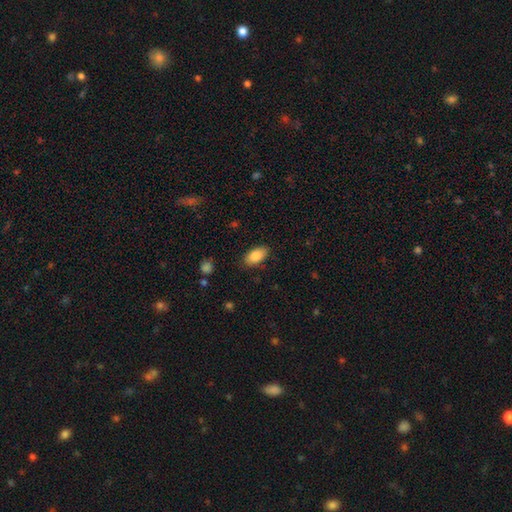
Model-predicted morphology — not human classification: smooth 84%, featured or disk 9%, star or artifact 7%. Down the decision tree: how rounded — in between (93%); merging — none (86%).